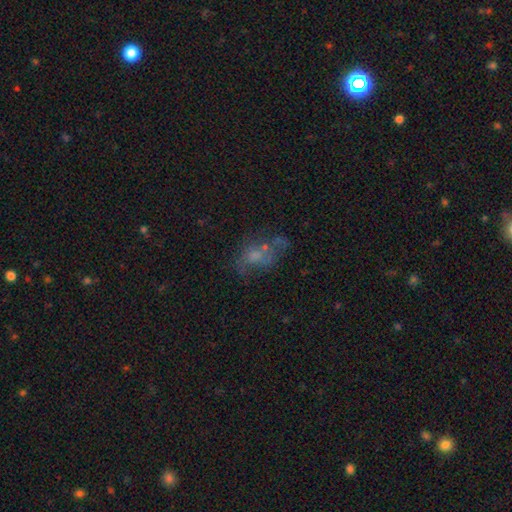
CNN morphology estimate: Overall: featured or disk (40%, tied with smooth). Merging: none (36%; major disturbance 28%).